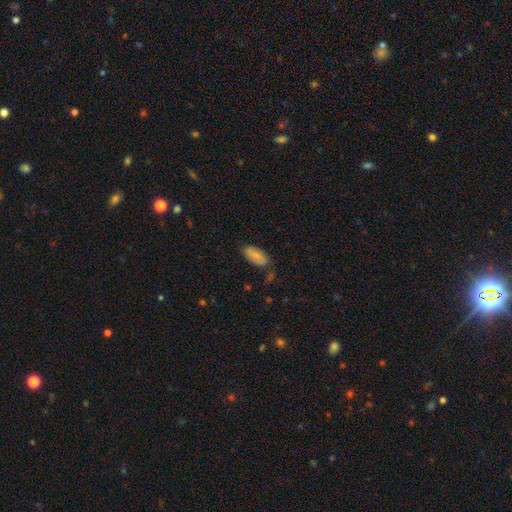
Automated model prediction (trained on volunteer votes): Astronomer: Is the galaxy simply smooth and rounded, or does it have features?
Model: smooth — 76%.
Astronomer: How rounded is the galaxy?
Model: in between — 93%.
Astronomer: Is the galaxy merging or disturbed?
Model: none — 72%.